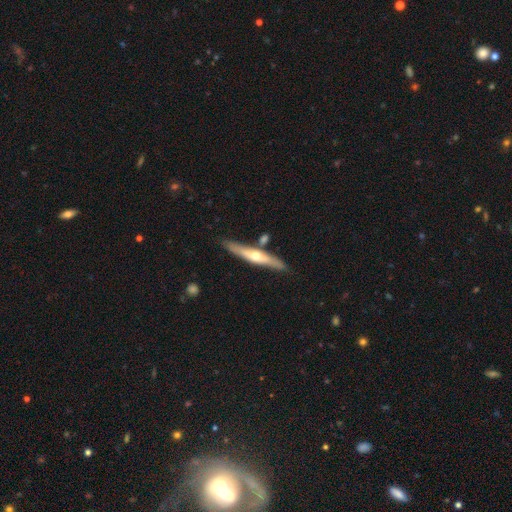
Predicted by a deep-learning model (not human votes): Overall: featured or disk (64%; smooth 31%). Edge-on disk: yes (91%). Edge-on bulge: rounded (87%). Merging: none (79%).